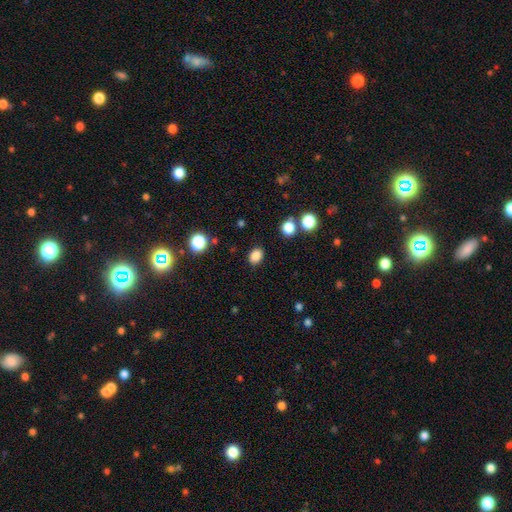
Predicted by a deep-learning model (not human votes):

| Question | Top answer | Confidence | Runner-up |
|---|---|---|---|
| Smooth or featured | smooth | 85% | star or artifact (11%) |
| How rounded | in between | 61% | round (38%) |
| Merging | none | 87% | minor disturbance (9%) |